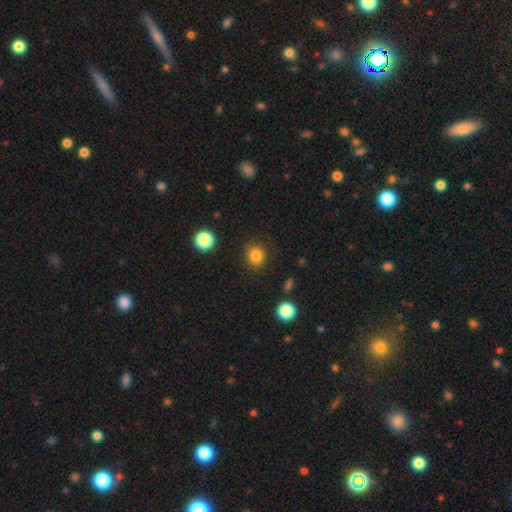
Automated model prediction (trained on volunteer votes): Q: Smooth or featured?
A: smooth (84%); runner-up: star or artifact (12%)
Q: How rounded?
A: round (88%); runner-up: in between (11%)
Q: Merging?
A: none (88%); runner-up: minor disturbance (8%)